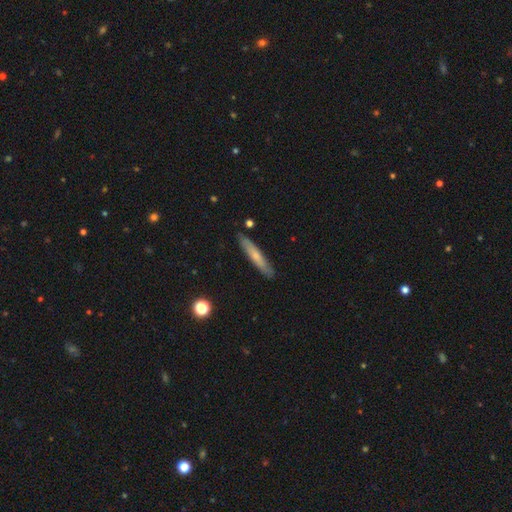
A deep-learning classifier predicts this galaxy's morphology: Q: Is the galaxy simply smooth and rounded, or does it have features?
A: smooth — 57%.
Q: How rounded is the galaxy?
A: cigar-shaped — 90%.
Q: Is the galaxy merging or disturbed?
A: none — 85%.